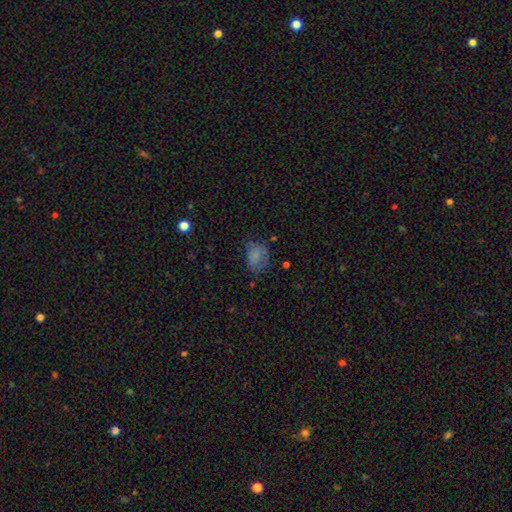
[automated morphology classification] smooth-or-featured: smooth: 72% | featured or disk: 15% | star or artifact: 13%
  how-rounded: in between: 71% | round: 28% | cigar-shaped: 1%
  merging: none: 49% | minor disturbance: 31% | major disturbance: 18% | merger: 2%